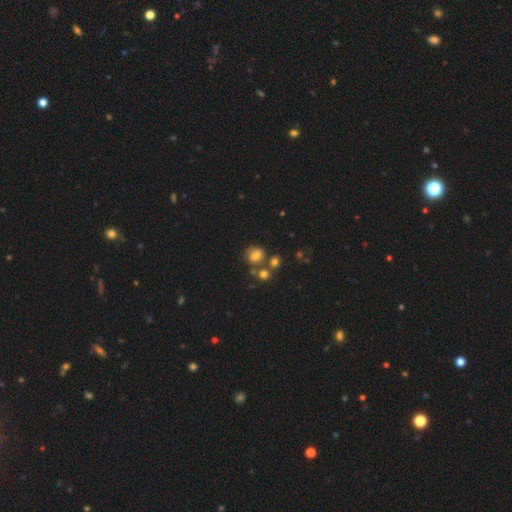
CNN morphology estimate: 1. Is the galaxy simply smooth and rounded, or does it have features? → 68% smooth, 16% featured or disk, 15% star or artifact.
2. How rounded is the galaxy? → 72% round, 27% in between, 1% cigar-shaped.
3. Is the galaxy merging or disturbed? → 58% none, 19% merger, 16% minor disturbance, 7% major disturbance.